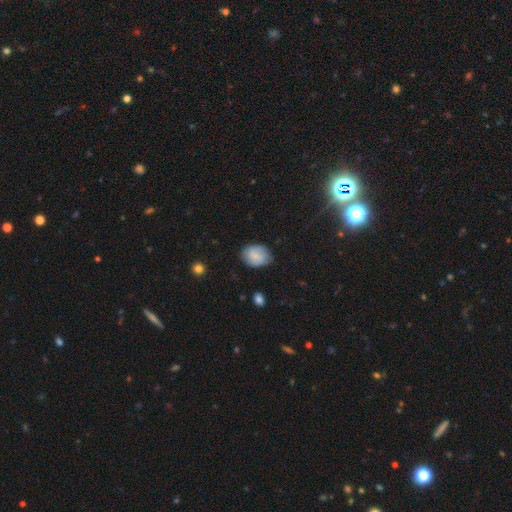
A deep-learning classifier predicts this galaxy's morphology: smooth-or-featured: smooth: 72% | featured or disk: 20% | star or artifact: 8%
  how-rounded: in between: 63% | round: 36% | cigar-shaped: 1%
  merging: none: 74% | minor disturbance: 20% | major disturbance: 4% | merger: 1%